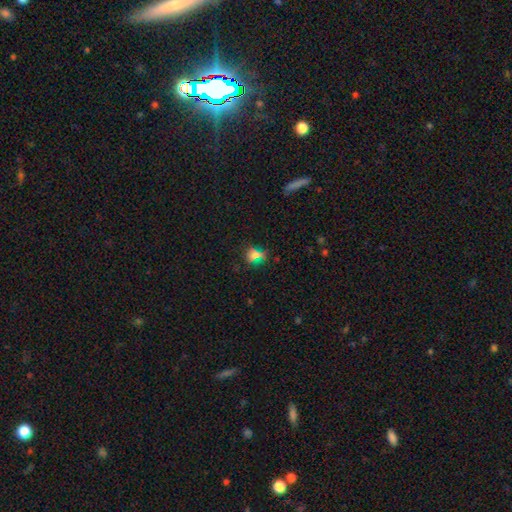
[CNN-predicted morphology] This appears to be a smooth galaxy with no disk features (59%) that is round (68%). Merging: none (75%).